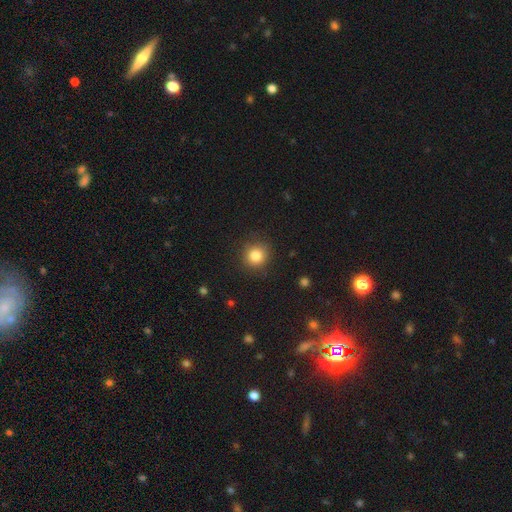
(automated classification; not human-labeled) smooth-or-featured: smooth: 84% | star or artifact: 11% | featured or disk: 6%
  how-rounded: round: 89% | in between: 10% | cigar-shaped: 1%
  merging: none: 87% | minor disturbance: 9% | major disturbance: 3% | merger: 1%